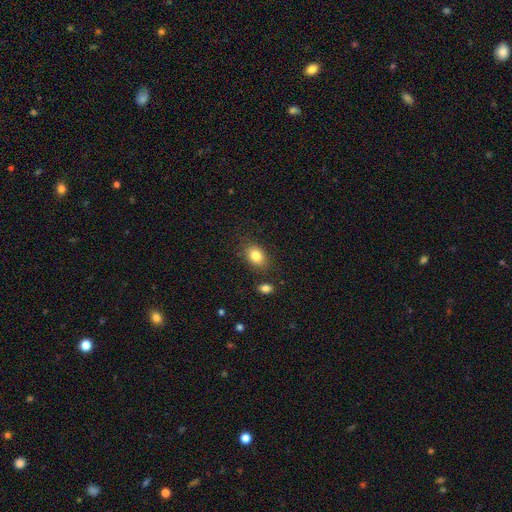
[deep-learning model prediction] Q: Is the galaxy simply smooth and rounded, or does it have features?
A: smooth — 83%.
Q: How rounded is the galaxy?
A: in between — 75%.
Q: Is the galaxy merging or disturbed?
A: none — 80%.